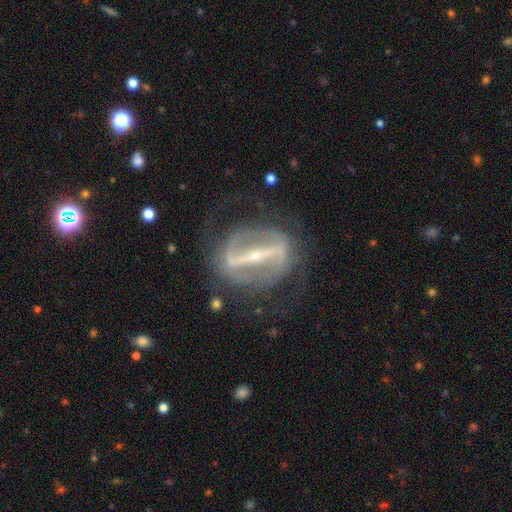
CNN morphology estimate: type=featured or disk (88%); edge-on=no (83%); bar=strong (89%); spiral arms=yes (66%); bulge=small (72%); merging=none (73%).